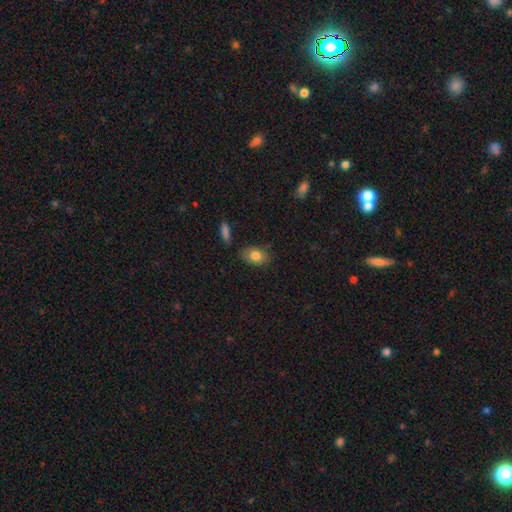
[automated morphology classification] A smooth galaxy with no disk features (81%) that is in between round and cigar-shaped (83%). Merging: none (80%).